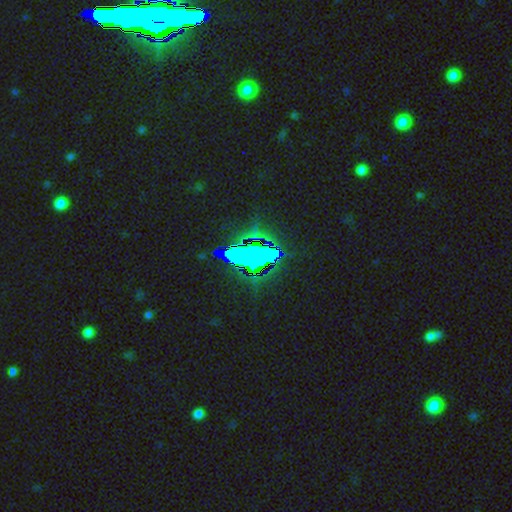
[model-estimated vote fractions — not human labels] This is likely a star or artifact rather than a galaxy (69%).